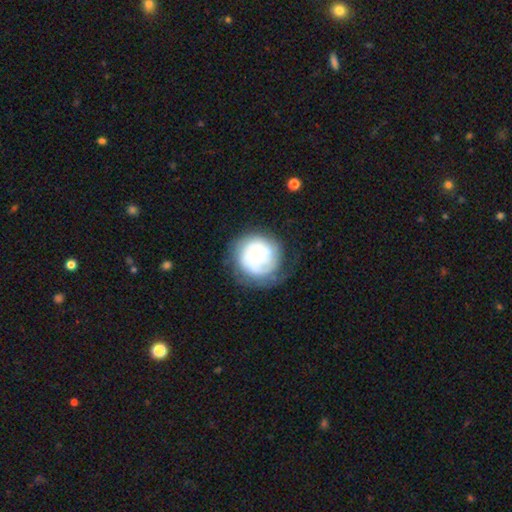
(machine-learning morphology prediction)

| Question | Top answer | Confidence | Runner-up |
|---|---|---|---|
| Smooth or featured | featured or disk | 71% | smooth (23%) |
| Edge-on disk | no | 98% | yes (2%) |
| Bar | no | 76% | weak (20%) |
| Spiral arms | yes | 85% | no (15%) |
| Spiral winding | tight | 67% | medium (24%) |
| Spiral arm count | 2 | 36% | can't tell (34%) |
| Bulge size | small | 51% | moderate (41%) |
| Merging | none | 70% | minor disturbance (19%) |